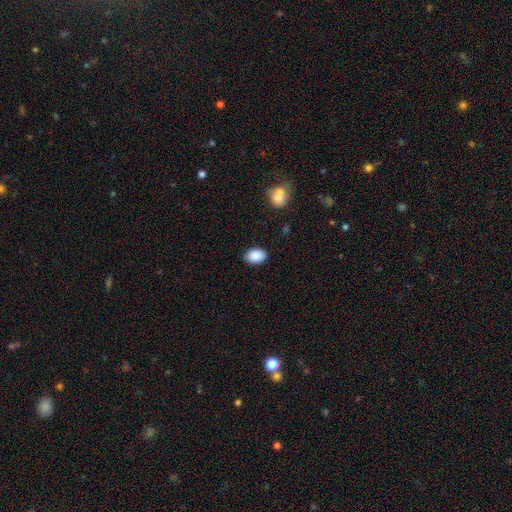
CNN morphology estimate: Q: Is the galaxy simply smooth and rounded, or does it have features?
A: smooth — 89%.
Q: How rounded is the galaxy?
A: in between — 84%.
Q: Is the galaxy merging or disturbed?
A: none — 86%.